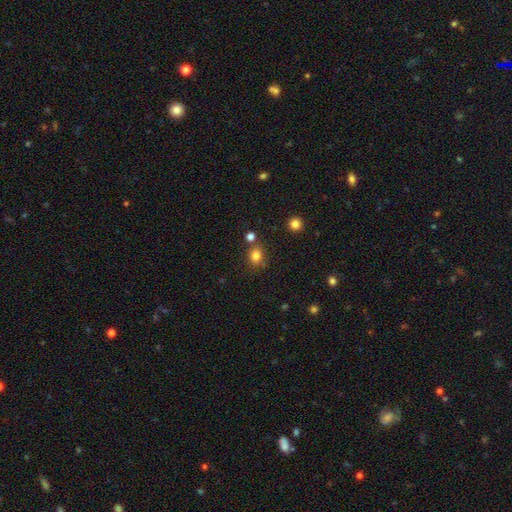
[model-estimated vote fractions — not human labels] Smooth or featured? smooth (81%)
How rounded? round (69%)
Merging? none (73%)